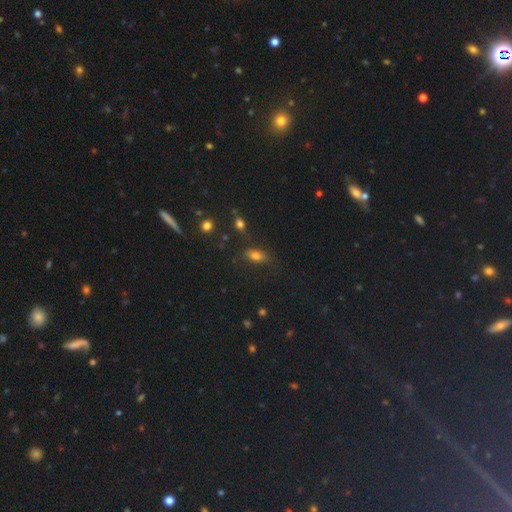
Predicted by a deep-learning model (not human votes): Q: Smooth or featured?
A: smooth (76%); runner-up: star or artifact (13%)
Q: How rounded?
A: in between (81%); runner-up: round (10%)
Q: Merging?
A: none (72%); runner-up: minor disturbance (18%)